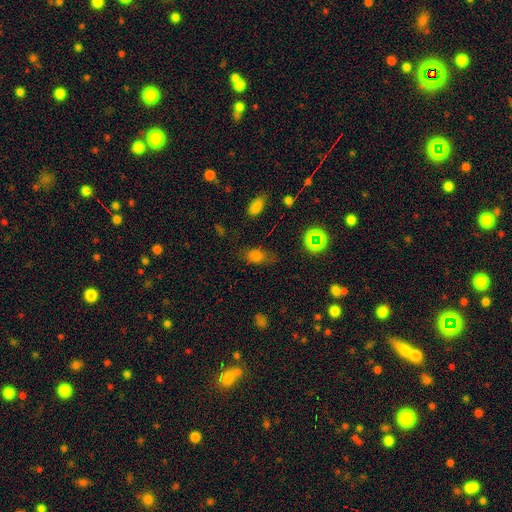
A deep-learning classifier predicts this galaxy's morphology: Smooth or featured?
  - smooth: 72% *
  - star or artifact: 17%
  - featured or disk: 11%
How rounded?
  - in between: 75% *
  - round: 19%
  - cigar-shaped: 6%
Merging?
  - none: 68% *
  - minor disturbance: 22%
  - major disturbance: 7%
  - merger: 3%